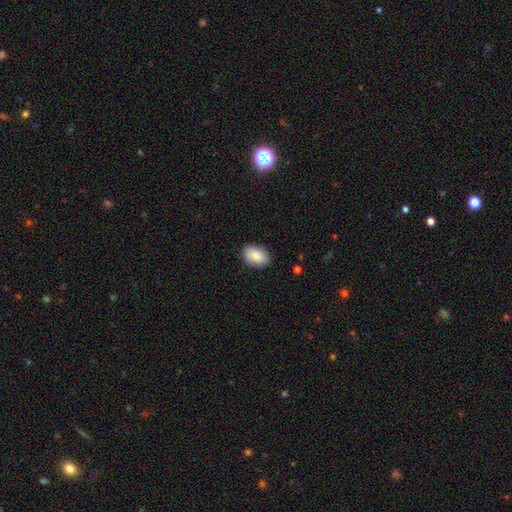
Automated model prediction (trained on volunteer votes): smooth_or_featured: smooth (p=0.85) [alt: featured or disk p=0.08]
how_rounded: in between (p=0.86) [alt: round p=0.12]
merging: none (p=0.85) [alt: minor disturbance p=0.12]